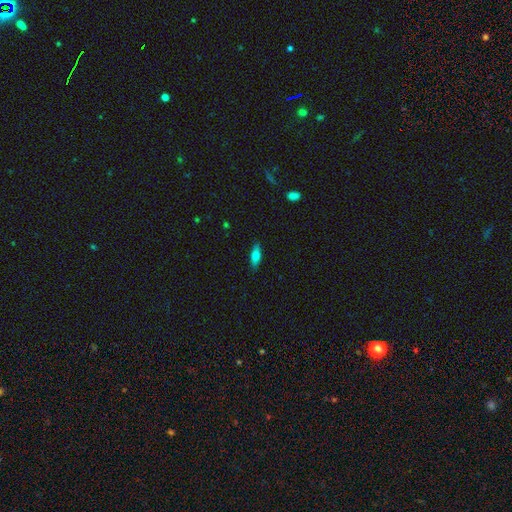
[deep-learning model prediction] The model was most divided on "how rounded": in between: 59%, cigar-shaped: 38%, round: 3%. More confident: merging — none (88%); smooth or featured — smooth (66%).